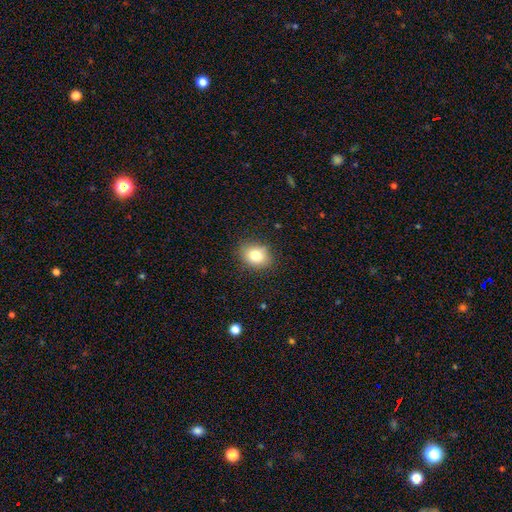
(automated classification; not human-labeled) Q: Smooth or featured?
A: smooth (81%); runner-up: star or artifact (10%)
Q: How rounded?
A: in between (52%); runner-up: round (47%)
Q: Merging?
A: none (83%); runner-up: minor disturbance (13%)